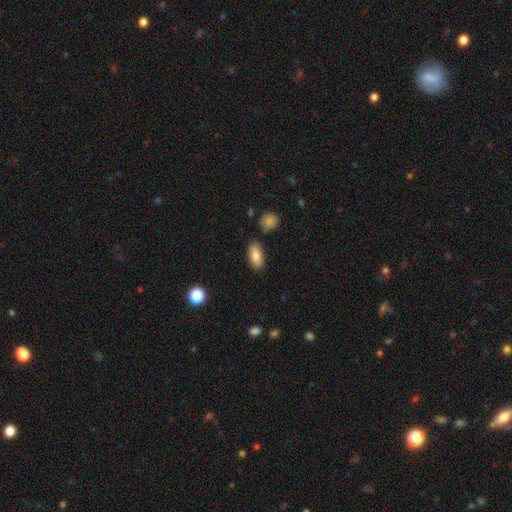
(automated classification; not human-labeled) This is clearly a smooth galaxy (84%). How rounded: clearly in between (90%). Merging: clearly none (82%).